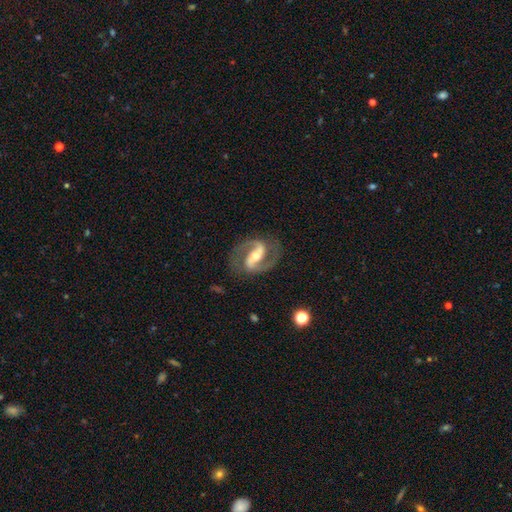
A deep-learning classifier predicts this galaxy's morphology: This appears to be a featured or disk galaxy (92%) with a strong bar (60%), 2 (94%) medium (61%) spiral arms (98%) and a moderate central bulge (60%). Merging: none (83%).